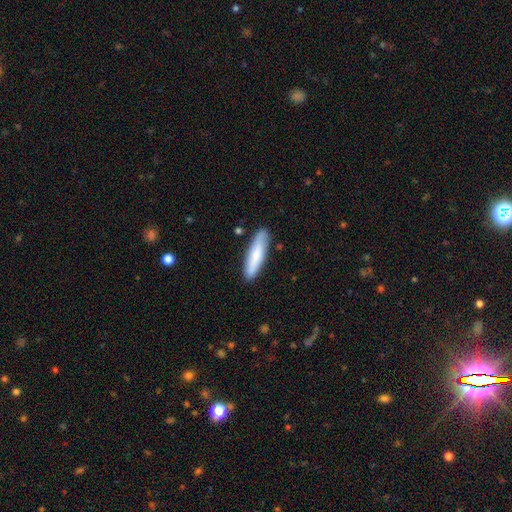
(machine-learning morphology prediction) Smooth or featured? Predicted: smooth (p=0.79). How rounded? Predicted: cigar-shaped (p=0.76). Merging? Predicted: none (p=0.86).